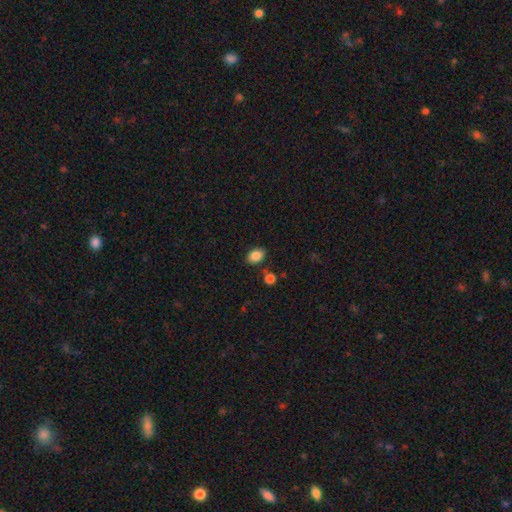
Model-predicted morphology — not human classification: type=smooth (86%); roundness=in between (77%); merging=none (81%).